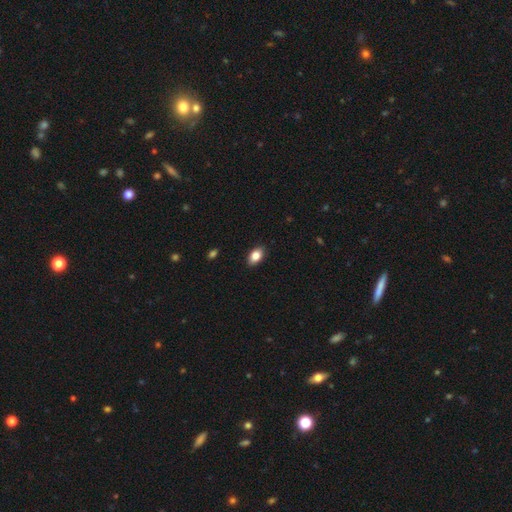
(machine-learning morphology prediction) A smooth galaxy with no disk features (84%) that is in between round and cigar-shaped (88%). Merging: none (87%).